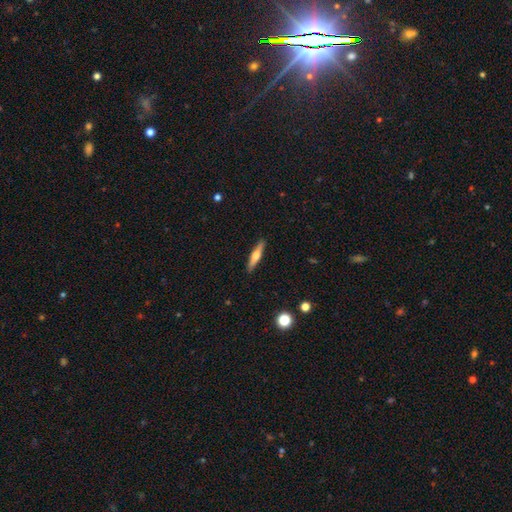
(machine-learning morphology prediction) A featured or disk galaxy (47%, tied with smooth). Merging: none (91%).